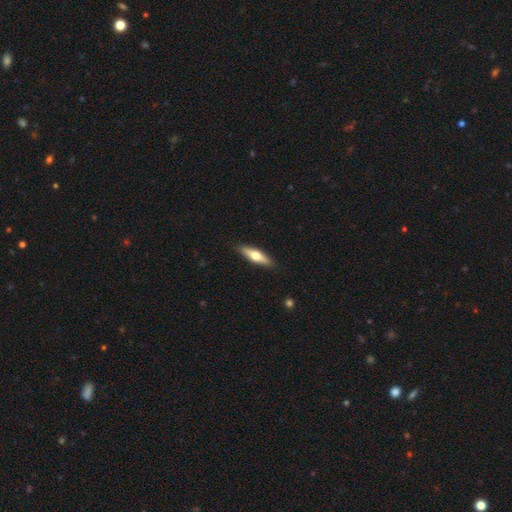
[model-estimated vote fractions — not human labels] Smooth or featured?
  - smooth: 49% *
  - featured or disk: 46%
  - star or artifact: 5%
Merging?
  - none: 90% *
  - minor disturbance: 7%
  - major disturbance: 2%
  - merger: 1%